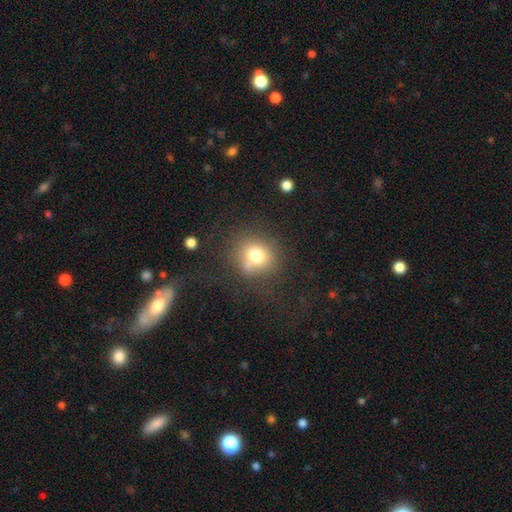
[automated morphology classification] Smooth or featured? smooth (73%)
How rounded? round (81%)
Merging? none (68%)